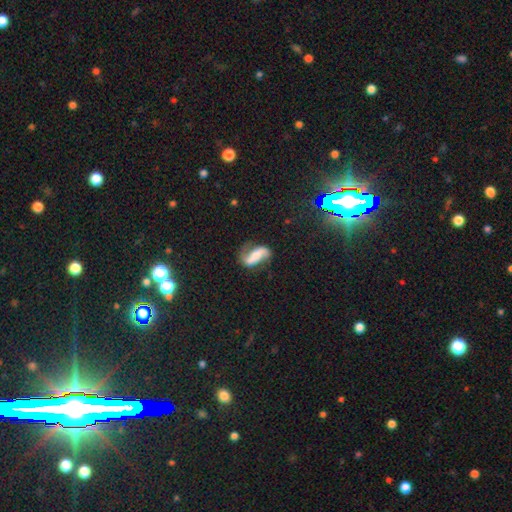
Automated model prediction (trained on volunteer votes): Smooth or featured? Predicted: featured or disk (p=0.75). Edge-on disk? Predicted: no (p=0.95). Bar? Predicted: strong (p=0.43). Spiral arms? Predicted: yes (p=0.93). Spiral winding? Predicted: loose (p=0.55). Spiral arm count? Predicted: 2 (p=0.89). Bulge size? Predicted: small (p=0.35, tied with moderate). Merging? Predicted: none (p=0.63).